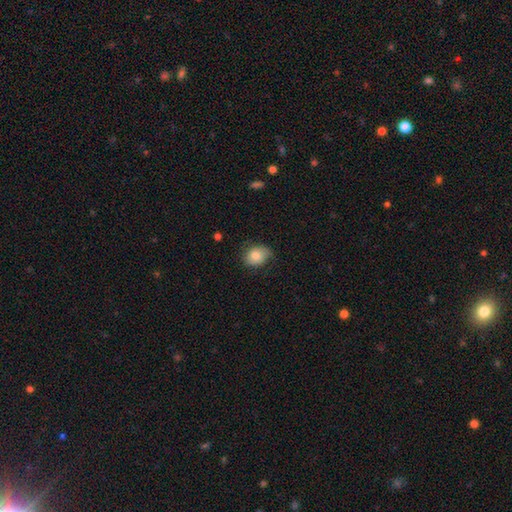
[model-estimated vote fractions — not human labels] Smooth or featured? smooth (81%)
How rounded? in between (57%)
Merging? none (68%)